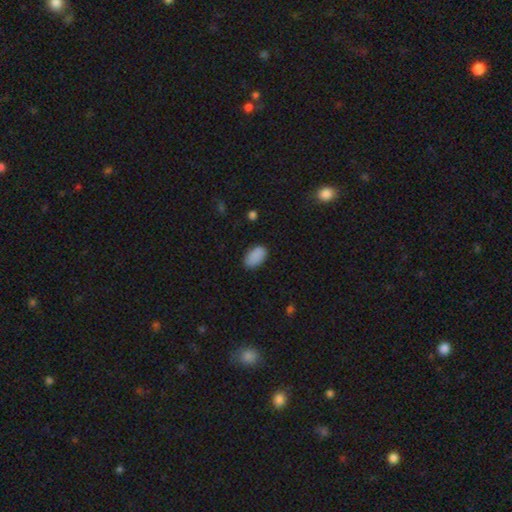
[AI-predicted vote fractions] smooth_or_featured: smooth (p=0.89) [alt: star or artifact p=0.08]
how_rounded: in between (p=0.93) [alt: round p=0.05]
merging: none (p=0.84) [alt: minor disturbance p=0.12]